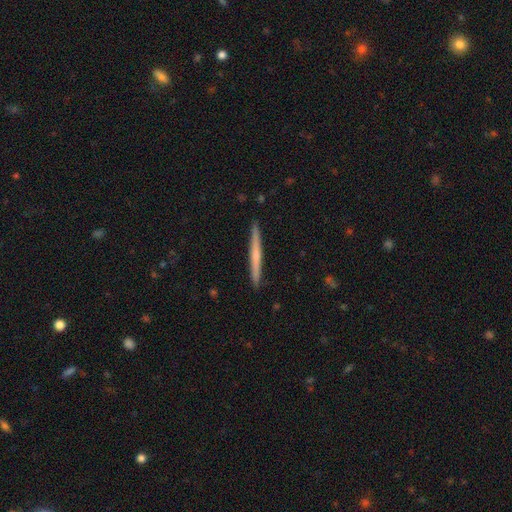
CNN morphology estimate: smooth_or_featured: featured or disk (p=0.50) [alt: smooth p=0.44]
disk_edge_on: yes (p=0.98) [alt: no p=0.02]
merging: none (p=0.92) [alt: minor disturbance p=0.05]